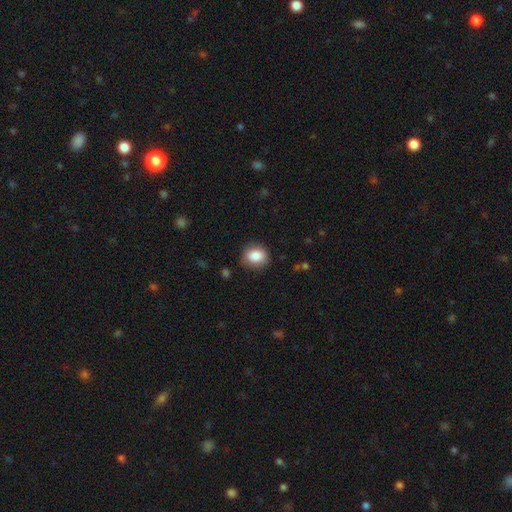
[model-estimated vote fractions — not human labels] The model was most divided on "how rounded": round: 65%, in between: 34%, cigar-shaped: 1%. More confident: smooth or featured — smooth (86%); merging — none (83%).